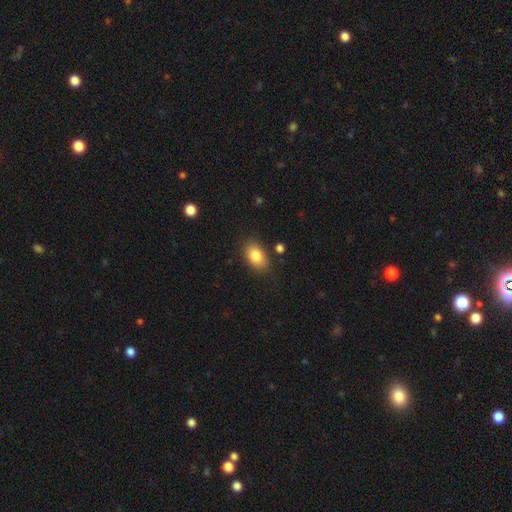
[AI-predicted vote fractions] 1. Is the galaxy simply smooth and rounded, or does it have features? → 84% smooth, 8% featured or disk, 8% star or artifact.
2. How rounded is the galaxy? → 89% in between, 10% round, 2% cigar-shaped.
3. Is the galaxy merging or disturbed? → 82% none, 13% minor disturbance, 3% major disturbance, 3% merger.